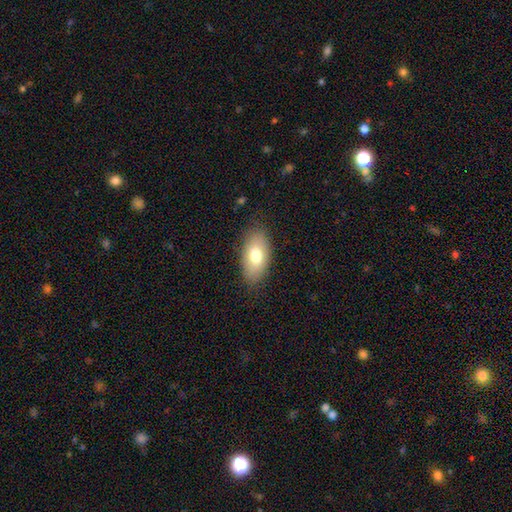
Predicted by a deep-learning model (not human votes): Q: Smooth or featured?
A: smooth (76%); runner-up: featured or disk (17%)
Q: How rounded?
A: in between (93%); runner-up: round (4%)
Q: Merging?
A: none (83%); runner-up: minor disturbance (13%)